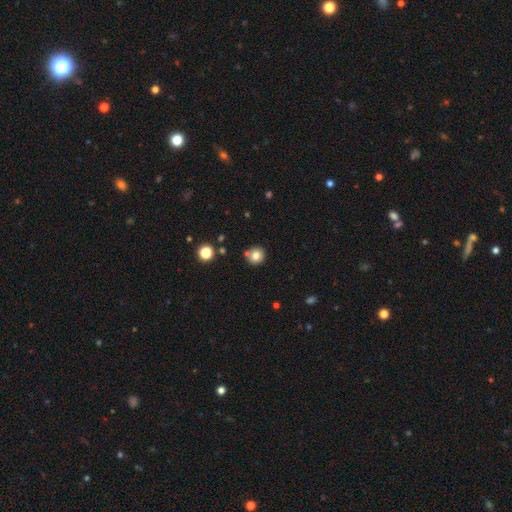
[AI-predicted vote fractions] Q: Smooth or featured?
A: smooth (80%); runner-up: star or artifact (12%)
Q: How rounded?
A: round (92%); runner-up: in between (7%)
Q: Merging?
A: none (78%); runner-up: merger (10%)